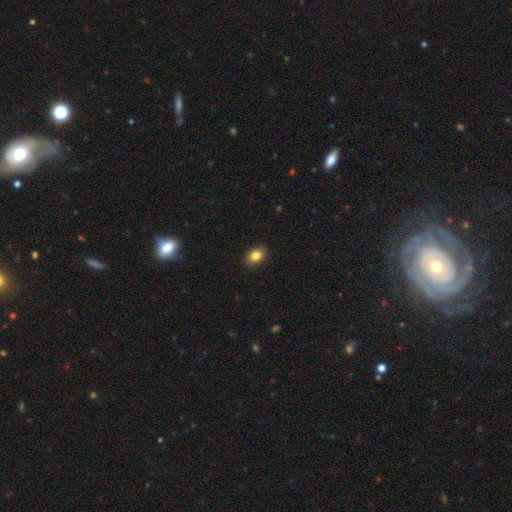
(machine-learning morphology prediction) type=smooth (84%); roundness=in between (76%); merging=none (89%).